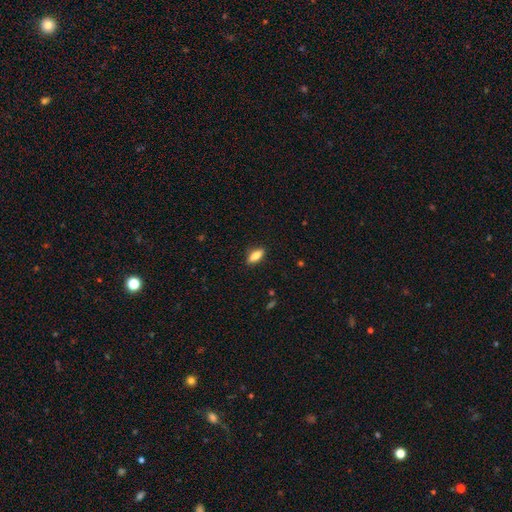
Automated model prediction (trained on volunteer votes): This appears to be a smooth galaxy with no disk features (84%) that is in between round and cigar-shaped (81%). Merging: none (87%).